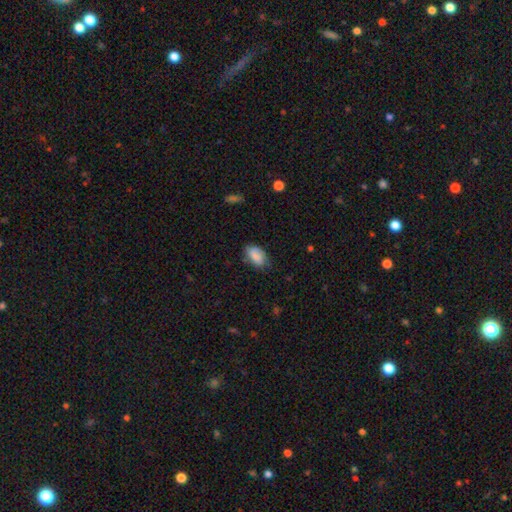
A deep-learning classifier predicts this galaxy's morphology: Smooth or featured? Predicted: smooth (p=0.85). How rounded? Predicted: in between (p=0.91). Merging? Predicted: none (p=0.70).